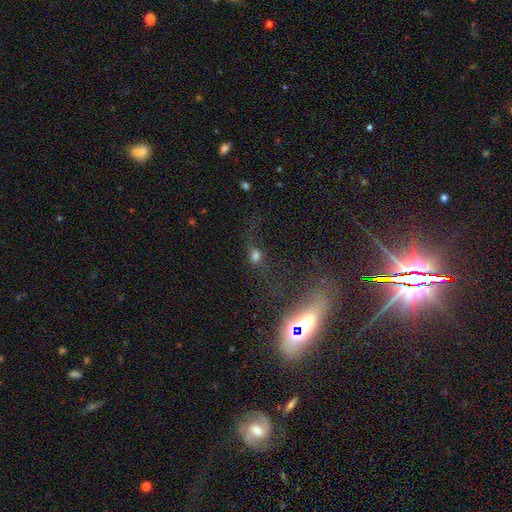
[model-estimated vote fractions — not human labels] smooth-or-featured: smooth: 51% | star or artifact: 29% | featured or disk: 20%
  how-rounded: round: 57% | in between: 35% | cigar-shaped: 8%
  merging: none: 44% | major disturbance: 23% | merger: 17% | minor disturbance: 16%